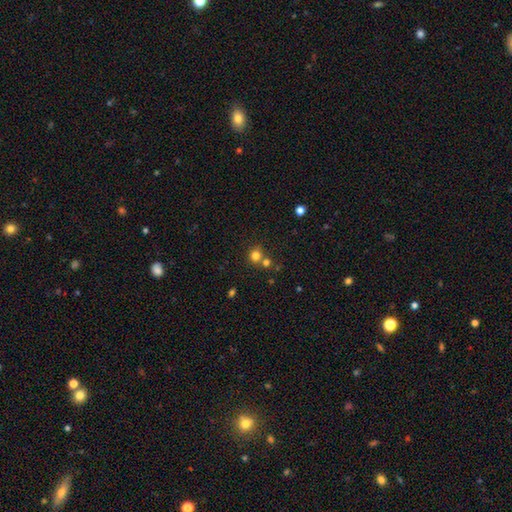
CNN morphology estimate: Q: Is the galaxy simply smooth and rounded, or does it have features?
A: smooth — 77%.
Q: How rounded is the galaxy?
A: round — 88%.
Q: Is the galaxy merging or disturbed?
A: none — 62%.